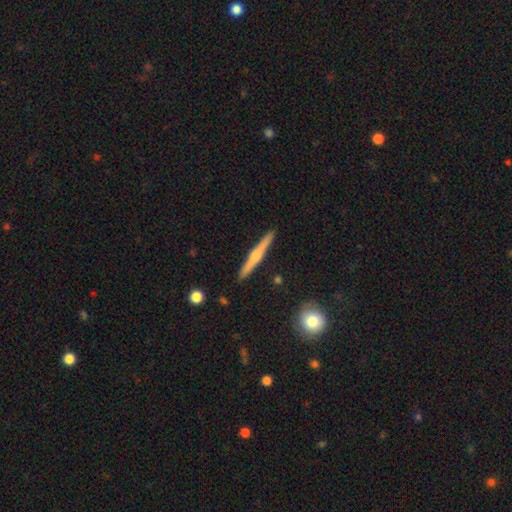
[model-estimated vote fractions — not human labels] Smooth or featured: featured or disk — 66% (smooth — 29%)
Edge-on disk: yes — 98% (no — 2%)
Edge-on bulge: rounded — 84% (none — 9%)
Merging: none — 92% (minor disturbance — 6%)